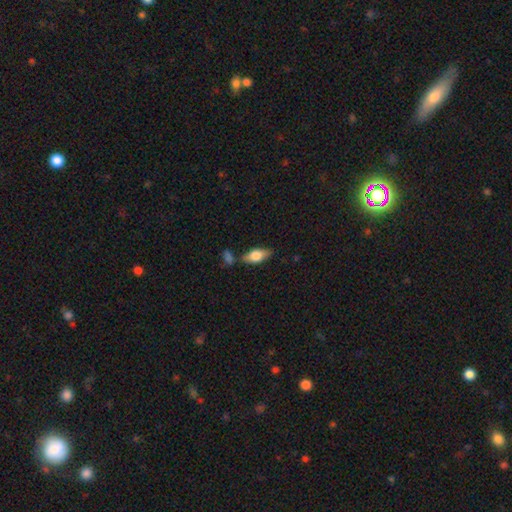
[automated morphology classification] Smooth or featured: smooth — 70% (featured or disk — 24%)
How rounded: in between — 83% (cigar-shaped — 13%)
Merging: none — 66% (minor disturbance — 18%)